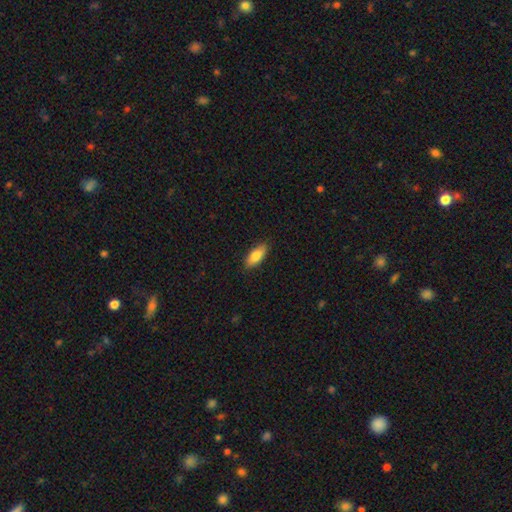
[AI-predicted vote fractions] smooth 82%, featured or disk 12%, star or artifact 6%. Down the decision tree: how rounded — in between (79%); merging — none (87%).